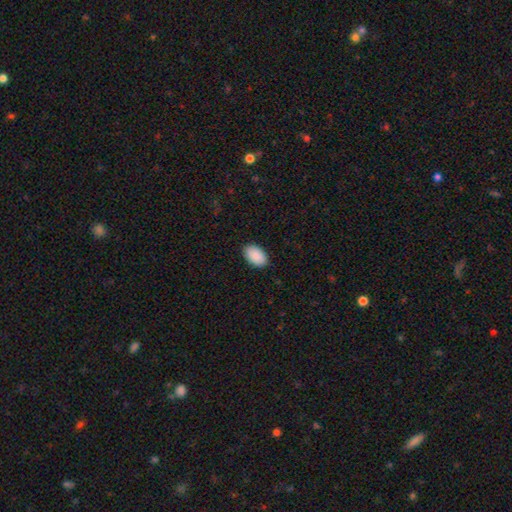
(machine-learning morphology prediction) smooth-or-featured: smooth: 91% | star or artifact: 6% | featured or disk: 3%
  how-rounded: in between: 93% | round: 6% | cigar-shaped: 1%
  merging: none: 89% | minor disturbance: 8% | major disturbance: 2% | merger: 1%